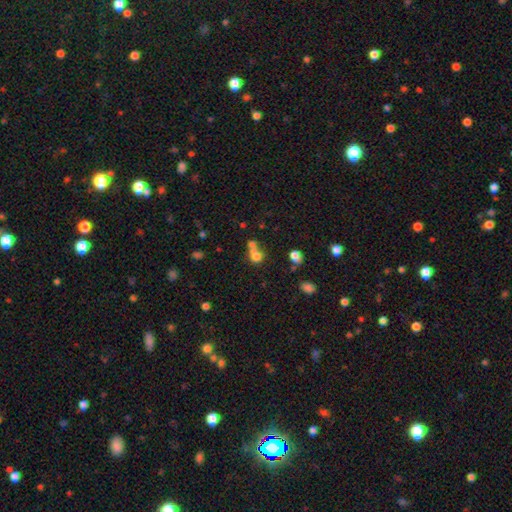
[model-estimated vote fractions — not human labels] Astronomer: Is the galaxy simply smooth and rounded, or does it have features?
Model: smooth — 69%.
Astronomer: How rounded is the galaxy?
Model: round — 69%.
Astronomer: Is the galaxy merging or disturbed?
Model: merger — 49% (runner-up: none, 33%).